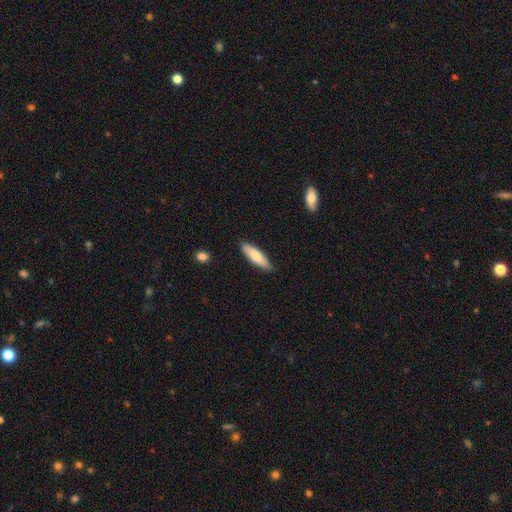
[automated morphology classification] Smooth or featured?
  - smooth: 74% *
  - featured or disk: 20%
  - star or artifact: 5%
How rounded?
  - cigar-shaped: 59% *
  - in between: 40%
  - round: 2%
Merging?
  - none: 87% *
  - minor disturbance: 10%
  - major disturbance: 2%
  - merger: 1%